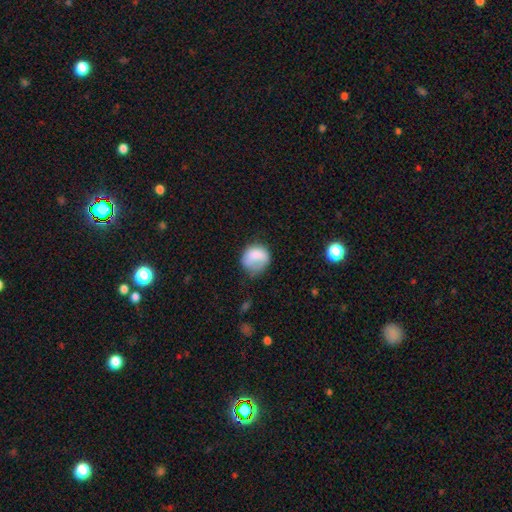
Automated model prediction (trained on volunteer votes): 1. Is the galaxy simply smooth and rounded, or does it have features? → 76% smooth, 16% featured or disk, 8% star or artifact.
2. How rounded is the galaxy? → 72% round, 27% in between, 1% cigar-shaped.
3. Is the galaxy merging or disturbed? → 41% none, 33% minor disturbance, 22% major disturbance, 3% merger.